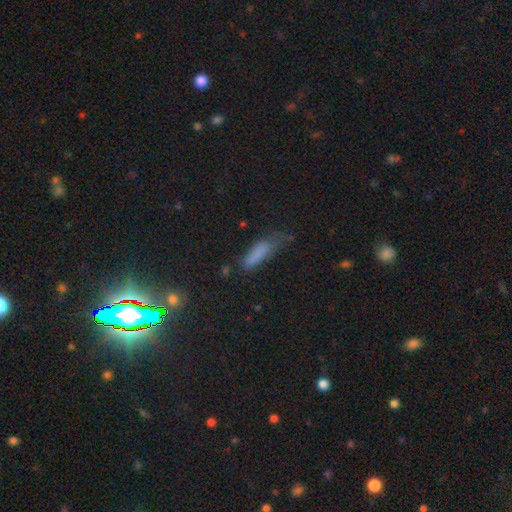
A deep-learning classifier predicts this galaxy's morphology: This is likely a smooth galaxy (73%). How rounded: likely cigar-shaped (62%). Merging: marginally none (41%).